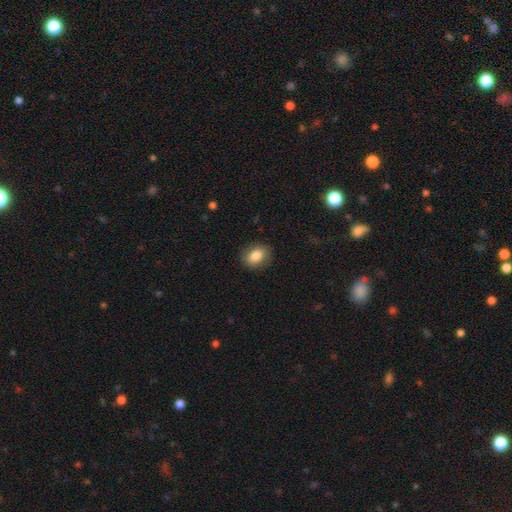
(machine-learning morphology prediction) Smooth or featured? smooth (83%)
How rounded? in between (66%)
Merging? none (84%)